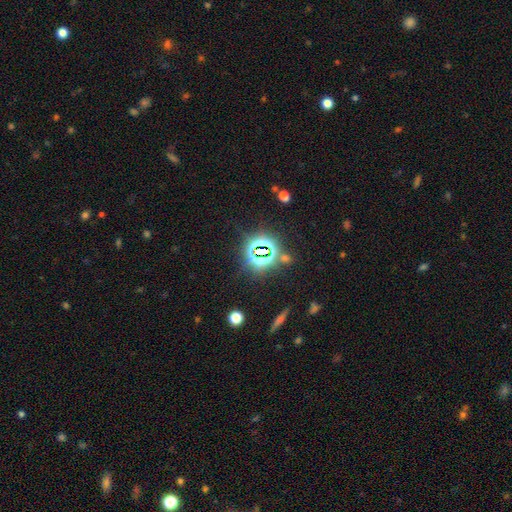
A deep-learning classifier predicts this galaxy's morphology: Smooth or featured: star or artifact — 76% (smooth — 14%)